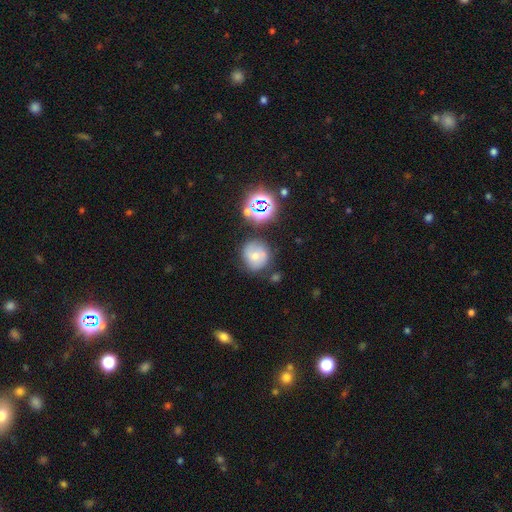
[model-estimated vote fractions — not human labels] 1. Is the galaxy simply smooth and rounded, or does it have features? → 48% smooth, 36% featured or disk, 16% star or artifact.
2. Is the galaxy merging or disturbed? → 70% none, 17% minor disturbance, 8% merger, 5% major disturbance.